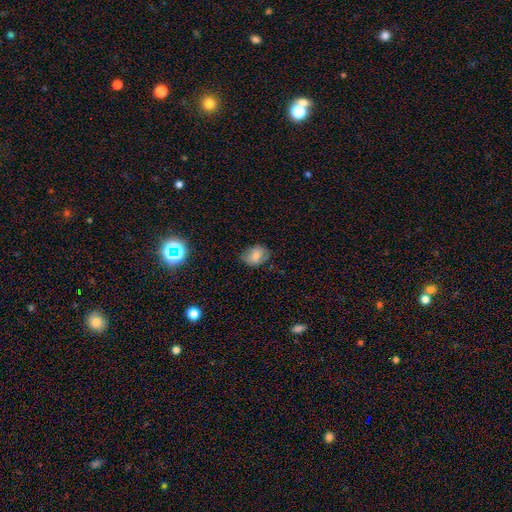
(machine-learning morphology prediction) This appears to be a smooth galaxy with no disk features (75%) that is in between round and cigar-shaped (69%). Merging: none (69%).